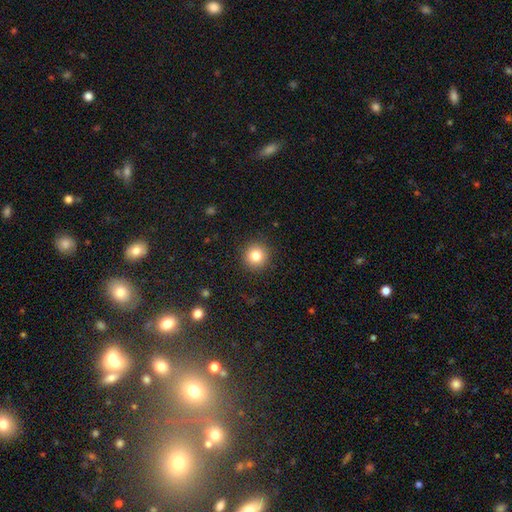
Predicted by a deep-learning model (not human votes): smooth 82%, star or artifact 11%, featured or disk 7%. Down the decision tree: how rounded — round (94%); merging — none (91%).